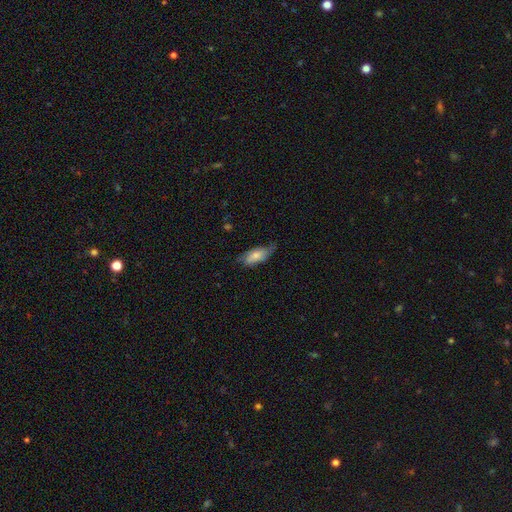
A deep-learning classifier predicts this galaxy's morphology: smooth_or_featured: smooth (p=0.69) [alt: featured or disk p=0.25]
how_rounded: in between (p=0.83) [alt: cigar-shaped p=0.15]
merging: none (p=0.55) [alt: minor disturbance p=0.33]